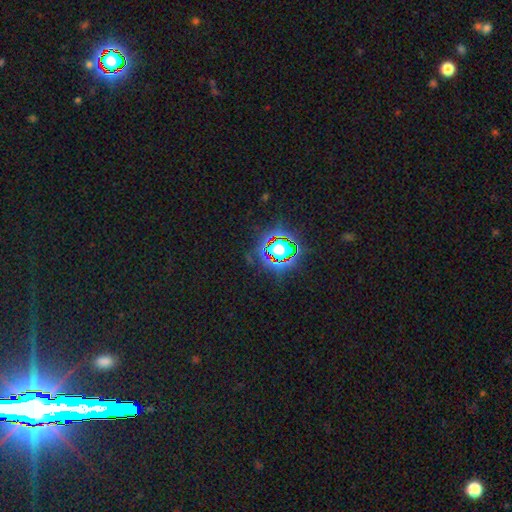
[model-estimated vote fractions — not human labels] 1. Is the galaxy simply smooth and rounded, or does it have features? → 81% star or artifact, 11% smooth, 8% featured or disk.